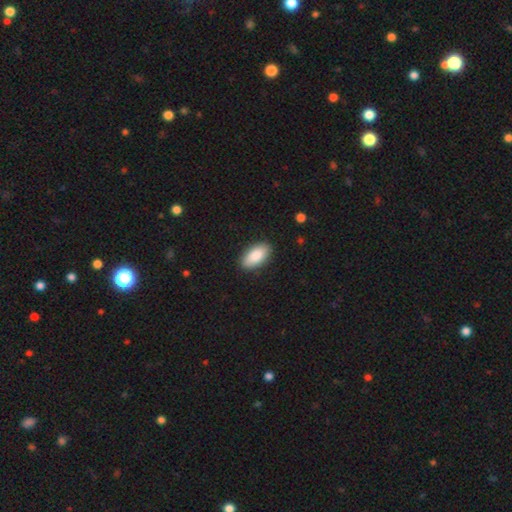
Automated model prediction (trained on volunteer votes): The model was most divided on "smooth or featured": smooth: 86%, featured or disk: 8%, star or artifact: 6%. More confident: how rounded — in between (93%); merging — none (89%).